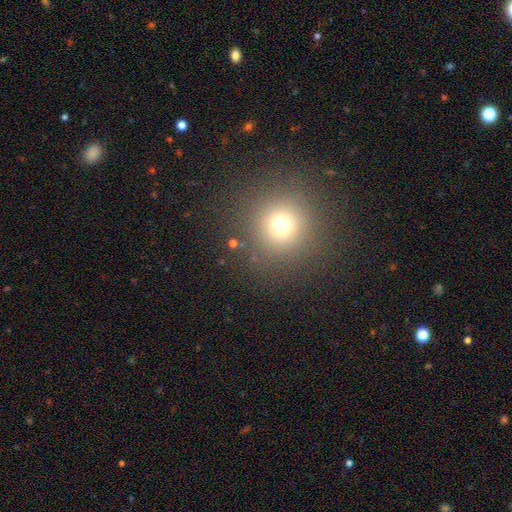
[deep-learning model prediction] The model was most divided on "smooth or featured": smooth: 64%, star or artifact: 28%, featured or disk: 7%. More confident: how rounded — round (95%); merging — none (90%).